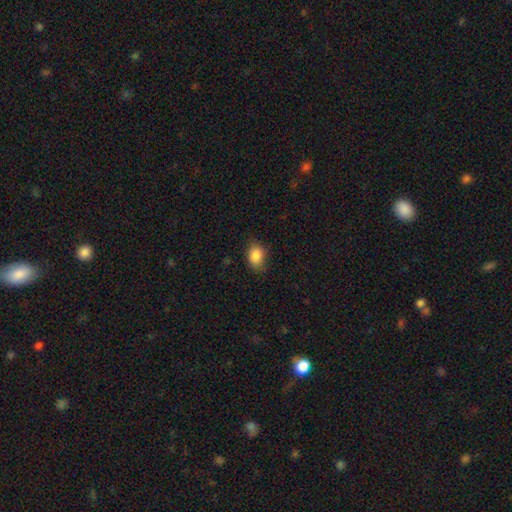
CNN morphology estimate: Smooth or featured? Predicted: smooth (p=0.87). How rounded? Predicted: in between (p=0.72). Merging? Predicted: none (p=0.73).